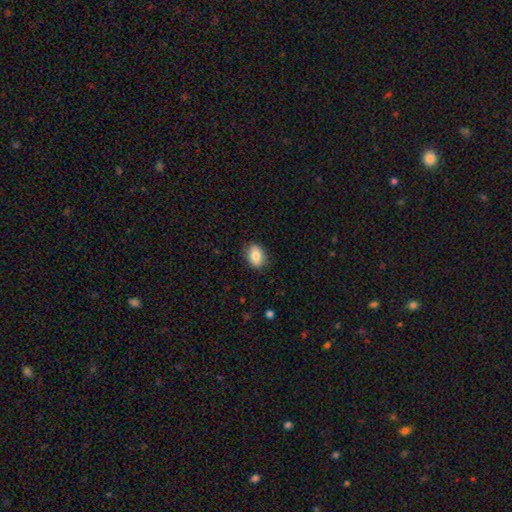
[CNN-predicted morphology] The model was most divided on "how rounded": in between: 76%, round: 22%, cigar-shaped: 1%. More confident: merging — none (85%); smooth or featured — smooth (83%).